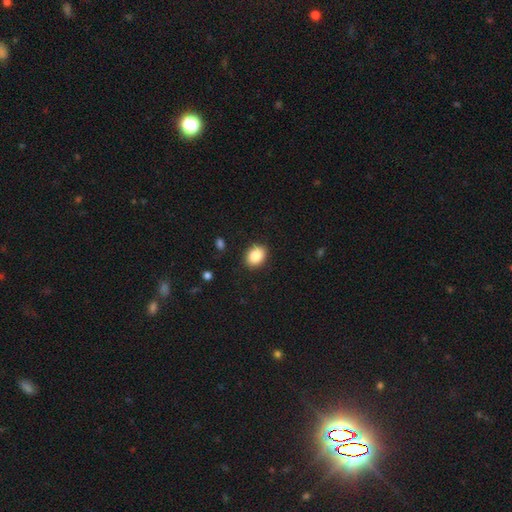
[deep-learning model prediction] This appears to be a smooth galaxy with no disk features (87%) that is in between round and cigar-shaped (60%). Merging: none (89%).